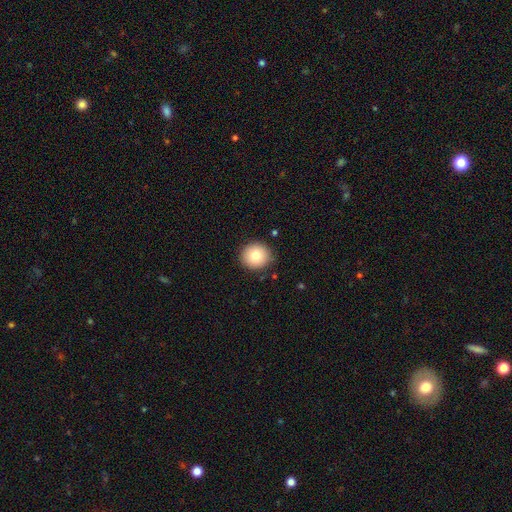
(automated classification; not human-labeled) This is likely a smooth galaxy (79%). How rounded: clearly round (92%). Merging: clearly none (89%).